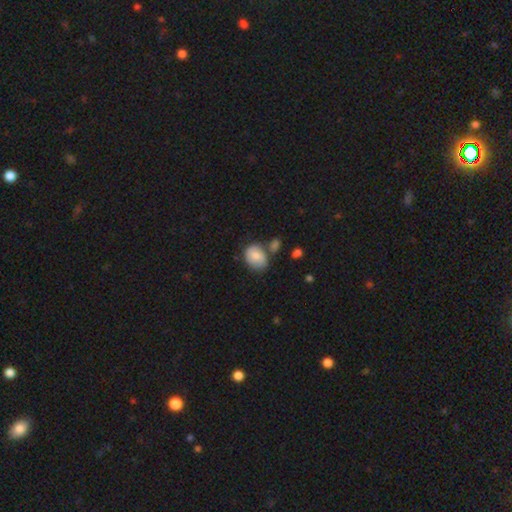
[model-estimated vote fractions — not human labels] This is likely a smooth galaxy (74%). How rounded: possibly in between (56%). Merging: possibly none (54%).